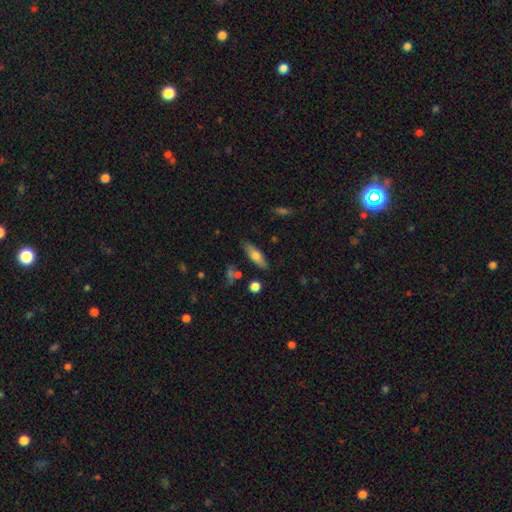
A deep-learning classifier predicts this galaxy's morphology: smooth 66%, featured or disk 27%, star or artifact 7%. Down the decision tree: how rounded — in between (52%); merging — none (81%).